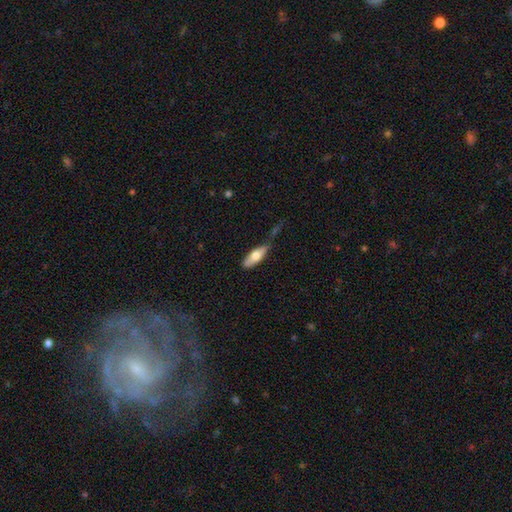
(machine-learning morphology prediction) The model was most divided on "merging": none: 48%, minor disturbance: 31%, major disturbance: 12%, merger: 9%. More confident: smooth or featured — smooth (67%); how rounded — in between (63%).